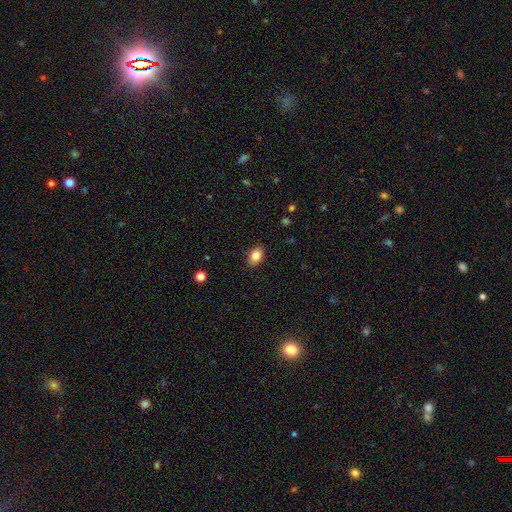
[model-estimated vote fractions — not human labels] Overall: smooth (84%). How rounded: in between (80%). Merging: none (88%).